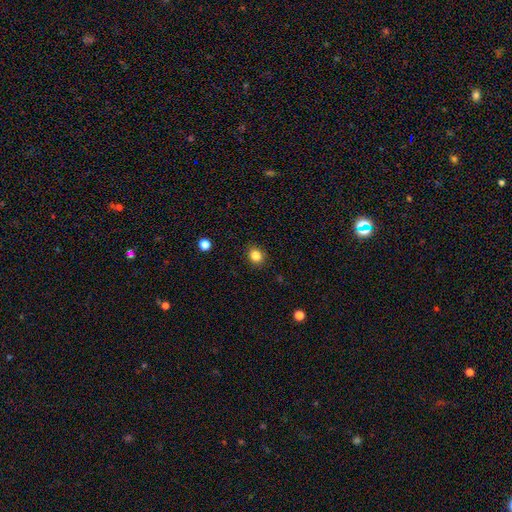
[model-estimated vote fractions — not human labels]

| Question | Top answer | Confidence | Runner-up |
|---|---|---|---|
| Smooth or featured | smooth | 84% | star or artifact (11%) |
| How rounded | round | 65% | in between (34%) |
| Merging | none | 89% | minor disturbance (8%) |